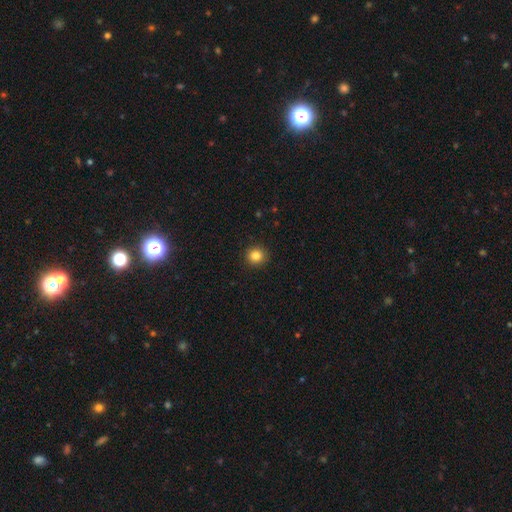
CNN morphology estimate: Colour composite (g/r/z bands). It shows a smooth galaxy with no disk features (85%) that is round (89%). Merging: none (92%).